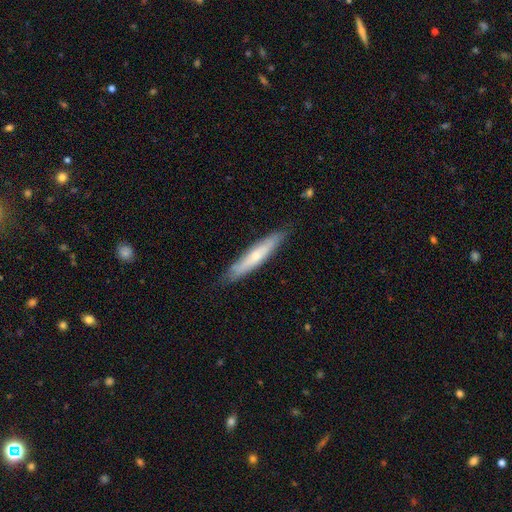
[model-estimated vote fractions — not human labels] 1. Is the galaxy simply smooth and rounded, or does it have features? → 54% smooth, 40% featured or disk, 6% star or artifact.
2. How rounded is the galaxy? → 91% cigar-shaped, 8% in between, 1% round.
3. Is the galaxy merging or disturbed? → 85% none, 12% minor disturbance, 2% major disturbance, 1% merger.